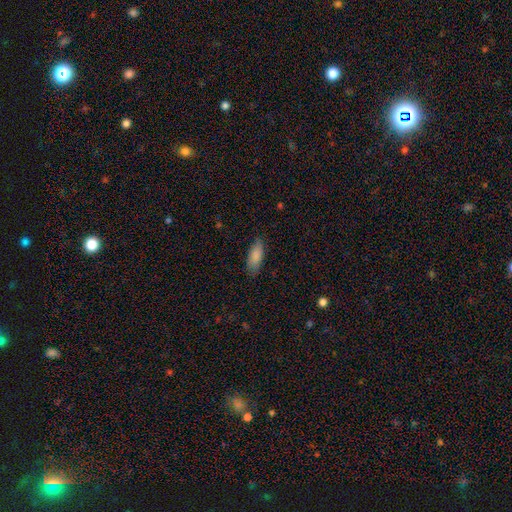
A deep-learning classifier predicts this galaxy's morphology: Smooth or featured?
  - smooth: 87% *
  - featured or disk: 7%
  - star or artifact: 6%
How rounded?
  - in between: 73% *
  - cigar-shaped: 25%
  - round: 2%
Merging?
  - none: 80% *
  - minor disturbance: 15%
  - major disturbance: 3%
  - merger: 1%